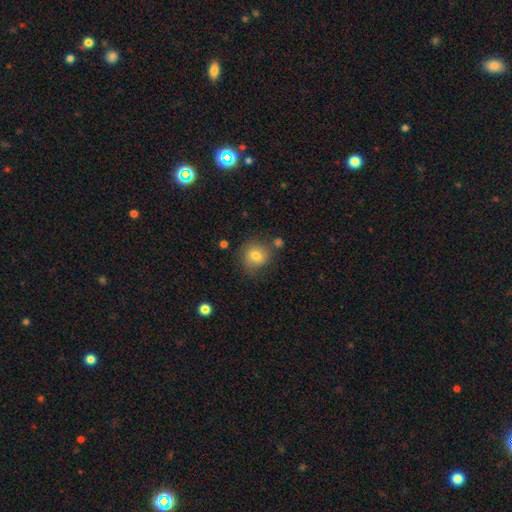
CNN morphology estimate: type=smooth (77%); roundness=round (81%); merging=none (69%).